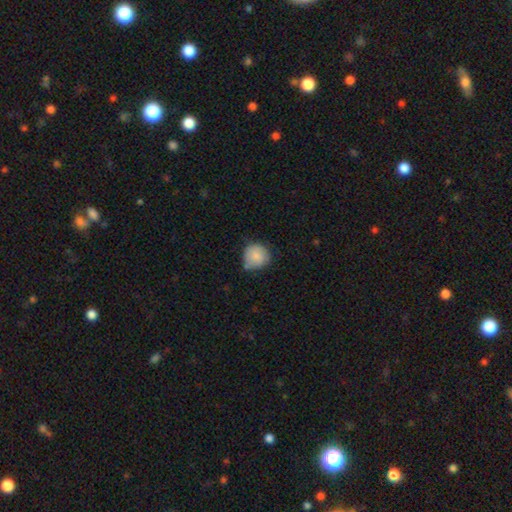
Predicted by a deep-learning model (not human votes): A smooth galaxy with no disk features (85%) that is round (89%). Merging: none (59%).